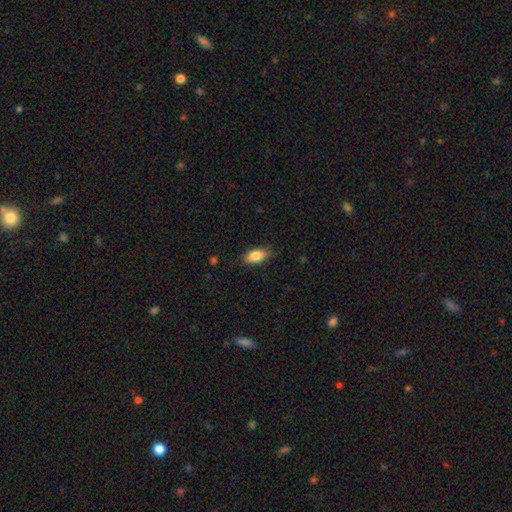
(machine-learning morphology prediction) type=smooth (82%); roundness=in between (87%); merging=none (81%).